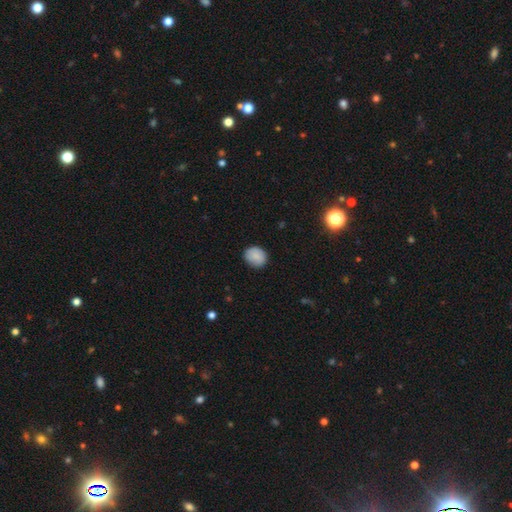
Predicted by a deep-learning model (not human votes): smooth_or_featured: smooth (p=0.87) [alt: star or artifact p=0.08]
how_rounded: round (p=0.64) [alt: in between p=0.35]
merging: none (p=0.85) [alt: minor disturbance p=0.12]